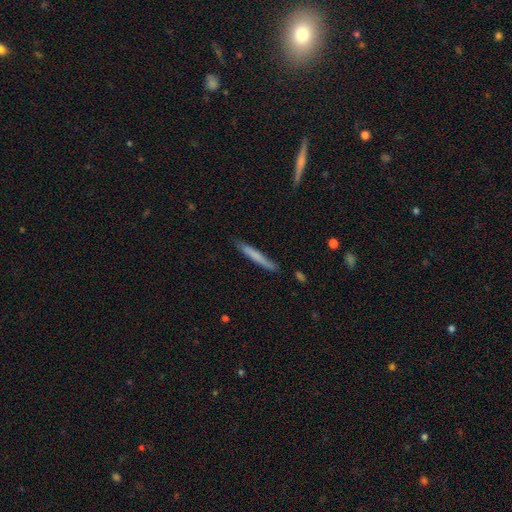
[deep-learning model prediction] A smooth galaxy with no disk features (67%) that is cigar-shaped (96%).

Vote fractions:
- Smooth or featured? smooth: 67% / featured or disk: 27% / star or artifact: 6%
- How rounded? cigar-shaped: 96% / in between: 3% / round: 1%
- Merging? none: 85% / minor disturbance: 12% / major disturbance: 2% / merger: 2%